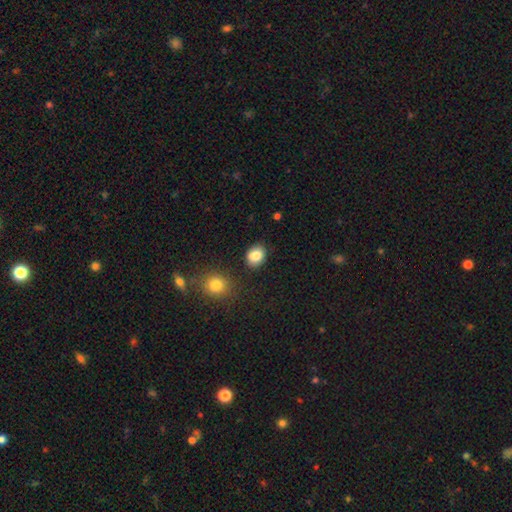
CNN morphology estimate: smooth_or_featured: smooth (p=0.86) [alt: star or artifact p=0.09]
how_rounded: in between (p=0.54) [alt: round p=0.45]
merging: none (p=0.83) [alt: minor disturbance p=0.11]